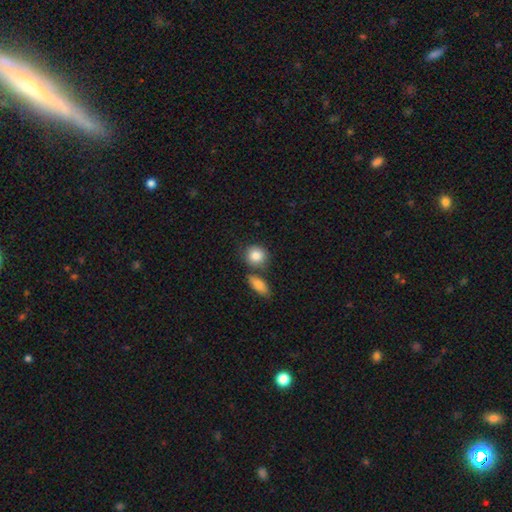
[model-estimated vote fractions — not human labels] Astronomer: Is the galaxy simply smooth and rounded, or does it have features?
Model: smooth — 85%.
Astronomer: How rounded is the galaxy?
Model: round — 73%.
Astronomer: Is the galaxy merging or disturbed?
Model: none — 59%.